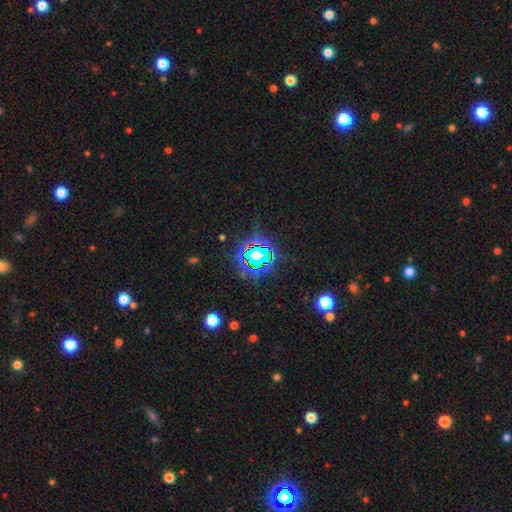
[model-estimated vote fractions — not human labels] Smooth or featured: star or artifact — 66% (smooth — 20%)